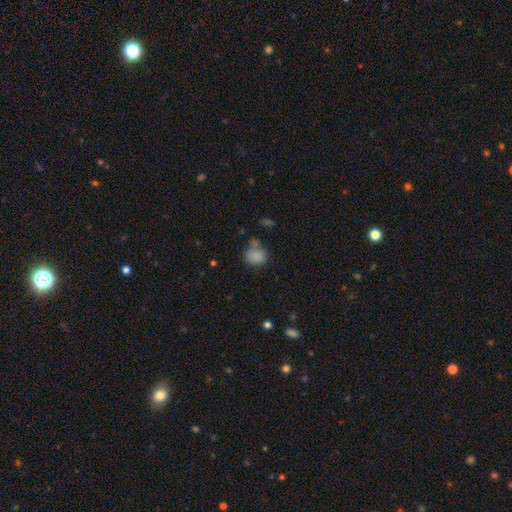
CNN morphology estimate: Overall: smooth (82%). How rounded: round (59%; in between 40%). Merging: none (55%; minor disturbance 21%).